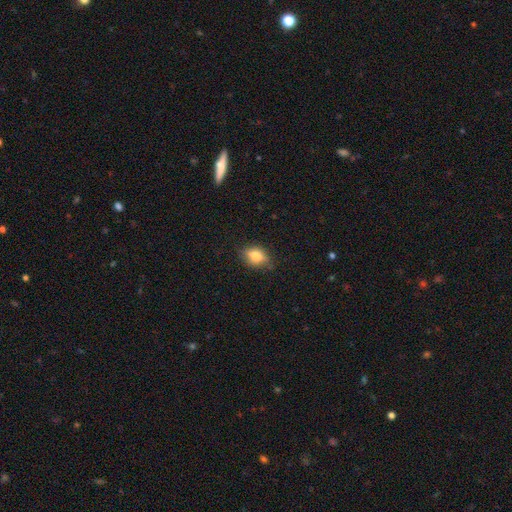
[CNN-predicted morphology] This appears to be a smooth galaxy with no disk features (64%) that is in between round and cigar-shaped (74%). Merging: none (76%).